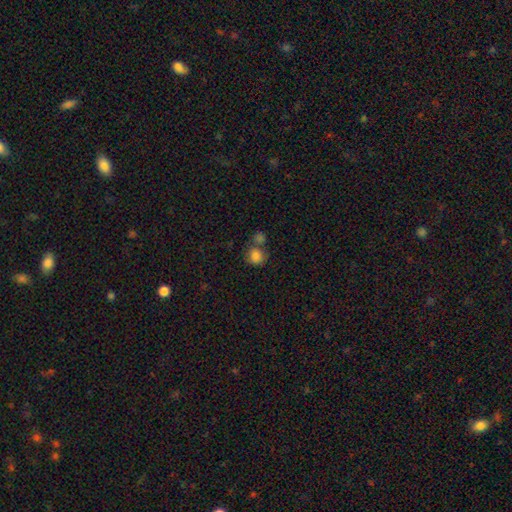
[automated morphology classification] This is clearly a smooth galaxy (83%). How rounded: clearly round (80%). Merging: possibly none (50%).